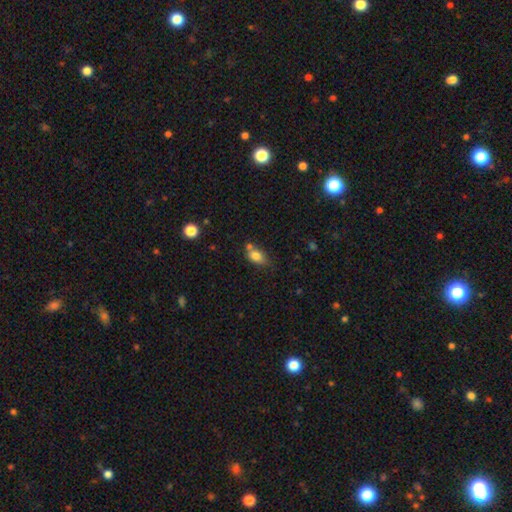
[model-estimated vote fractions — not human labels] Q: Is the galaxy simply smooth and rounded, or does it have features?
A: smooth — 80%.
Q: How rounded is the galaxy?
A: in between — 81%.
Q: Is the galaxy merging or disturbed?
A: none — 52%.